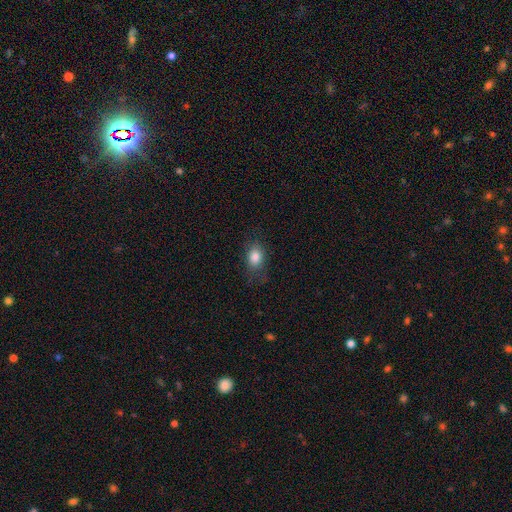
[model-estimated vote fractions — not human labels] Smooth or featured? smooth (83%)
How rounded? in between (73%)
Merging? none (70%)